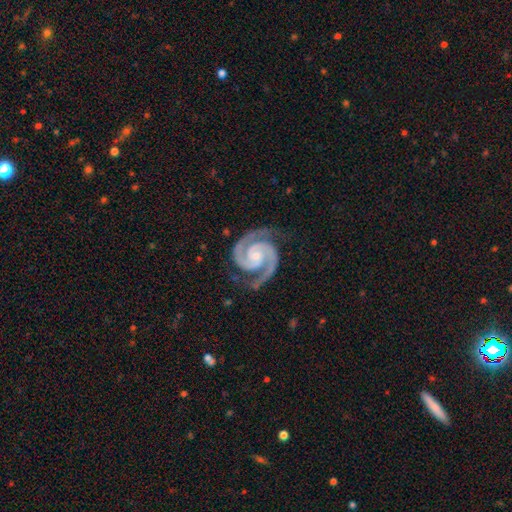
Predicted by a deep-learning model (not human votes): This is clearly a featured or disk galaxy (95%). It is clearly not viewed edge-on (99%). Bar: likely no (66%). Spiral arm pattern: clearly yes (99%). Spiral arm count: clearly 2 (94%). Spiral winding: possibly tight (59%). Central bulge: likely small (62%). Merging: clearly none (82%).